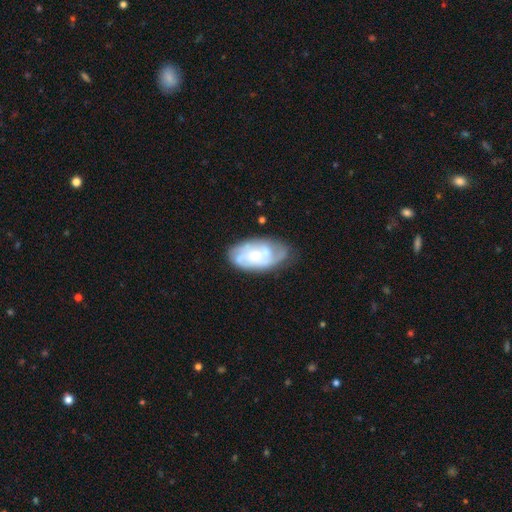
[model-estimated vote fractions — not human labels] A featured or disk galaxy (72%) with no bar (74%), tight (51%) spiral arms (85%) and a small central bulge (51%). Merging: none (61%).